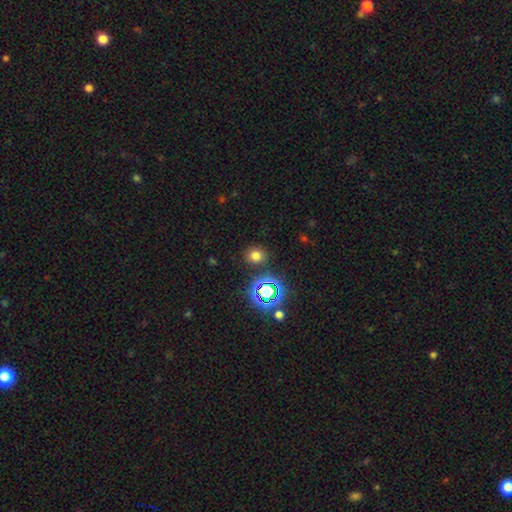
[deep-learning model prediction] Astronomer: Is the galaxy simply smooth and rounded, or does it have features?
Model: smooth — 69%.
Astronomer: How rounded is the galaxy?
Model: round — 74%.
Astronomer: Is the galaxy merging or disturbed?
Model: none — 86%.